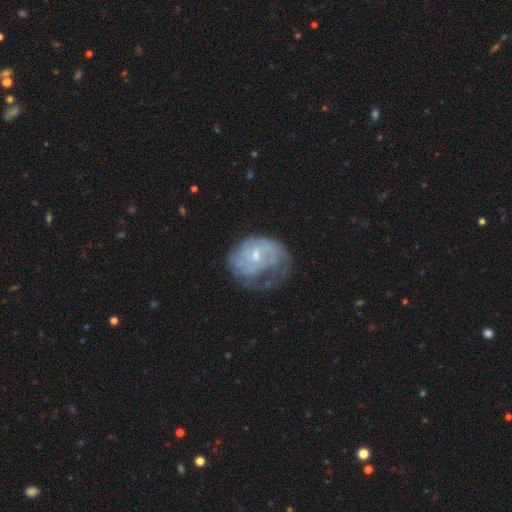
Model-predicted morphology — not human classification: type=featured or disk (72%); edge-on=no (98%); bar=no (50%); spiral arms=yes (80%); winding=tight (46%); arm count=can't tell (45%); bulge=small (63%); merging=major disturbance (36%).